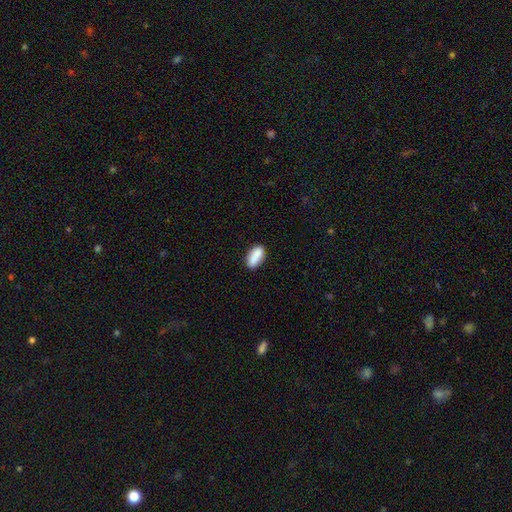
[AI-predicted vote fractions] Morphology: type=smooth (82%); roundness=in between (84%); merging=none (69%).